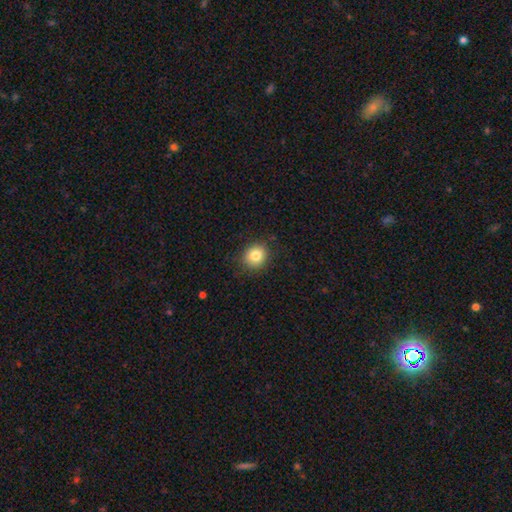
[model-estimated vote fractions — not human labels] smooth 82%, star or artifact 10%, featured or disk 8%. Down the decision tree: how rounded — round (77%); merging — none (87%).